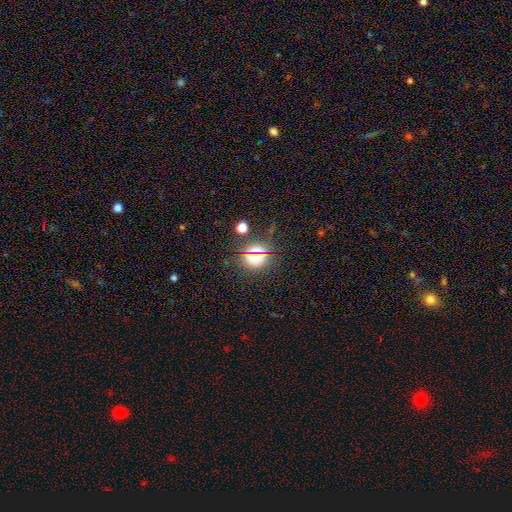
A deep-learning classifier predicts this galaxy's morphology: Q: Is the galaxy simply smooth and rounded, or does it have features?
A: star or artifact — 53%.